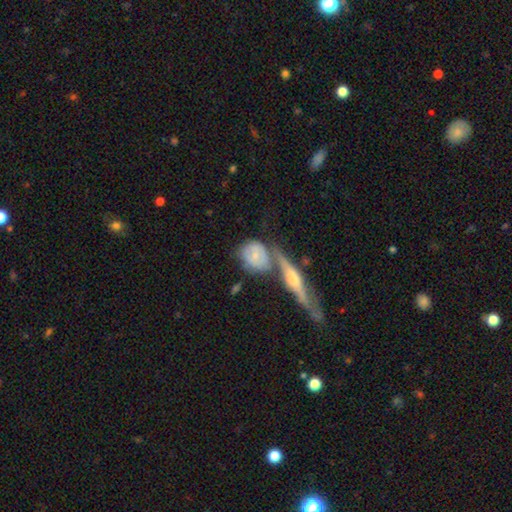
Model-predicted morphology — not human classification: This appears to be a smooth galaxy with no disk features (49%). Merging: none (45%).